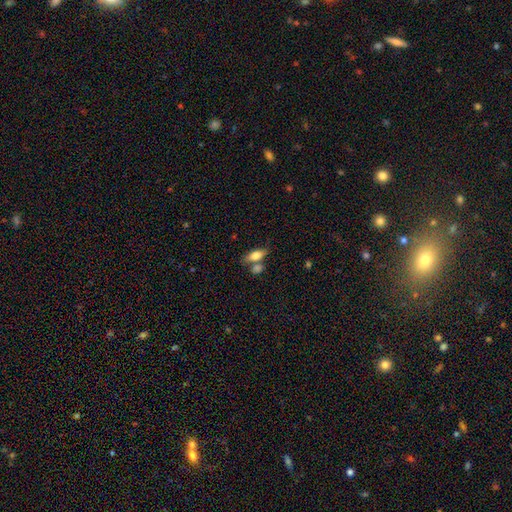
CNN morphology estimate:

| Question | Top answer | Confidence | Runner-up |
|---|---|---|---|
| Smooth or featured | smooth | 72% | featured or disk (20%) |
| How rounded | in between | 75% | cigar-shaped (20%) |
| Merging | none | 53% | merger (29%) |